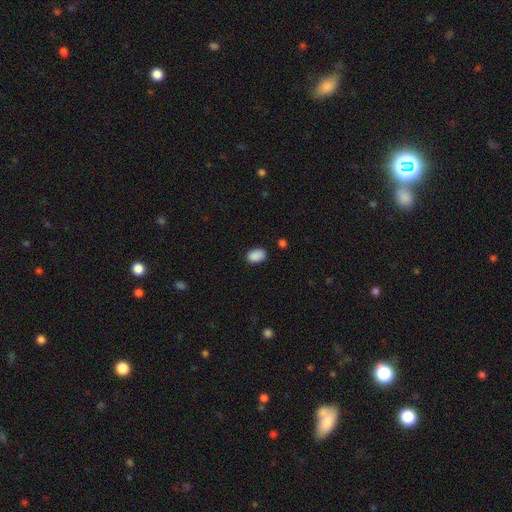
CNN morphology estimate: Q: Smooth or featured?
A: smooth (89%); runner-up: star or artifact (8%)
Q: How rounded?
A: in between (89%); runner-up: round (10%)
Q: Merging?
A: none (84%); runner-up: minor disturbance (12%)